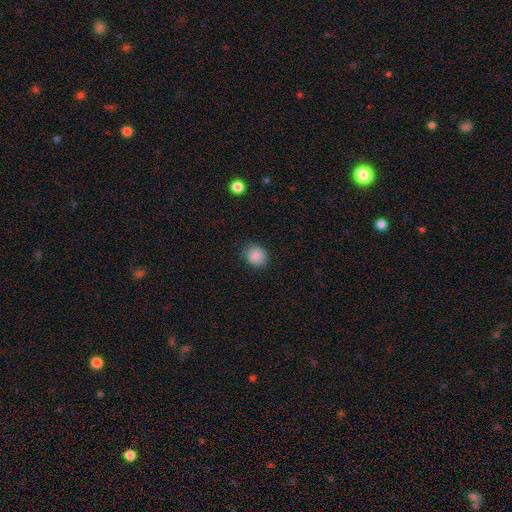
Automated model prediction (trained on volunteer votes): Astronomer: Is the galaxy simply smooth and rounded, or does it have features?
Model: smooth — 88%.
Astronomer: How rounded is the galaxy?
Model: round — 71%.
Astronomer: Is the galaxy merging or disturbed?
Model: none — 83%.